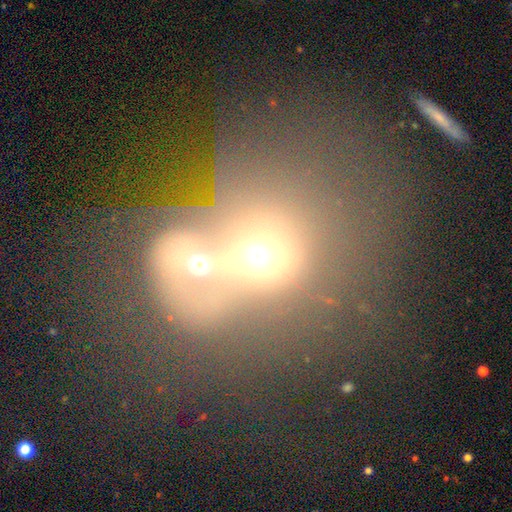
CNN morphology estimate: This is marginally a featured or disk galaxy (43%). Merging: likely merger (77%).